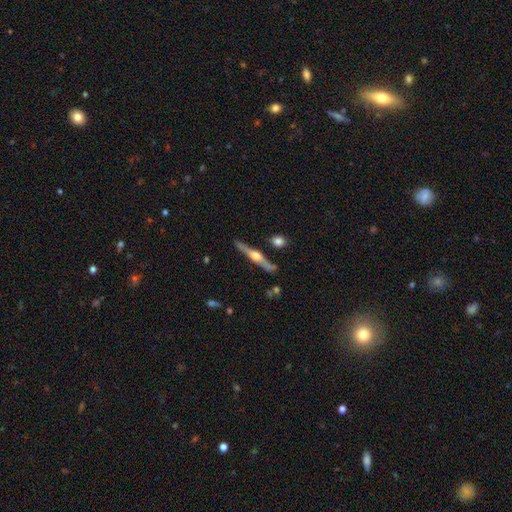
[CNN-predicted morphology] A featured or disk galaxy (78%) viewed edge-on (98%) with a rounded central bulge (92%).

Vote fractions:
- Smooth or featured? featured or disk: 78% / smooth: 17% / star or artifact: 5%
- Edge-on disk? yes: 98% / no: 2%
- Edge-on bulge? rounded: 92% / boxy: 5% / none: 3%
- Merging? none: 85% / minor disturbance: 9% / merger: 4% / major disturbance: 2%